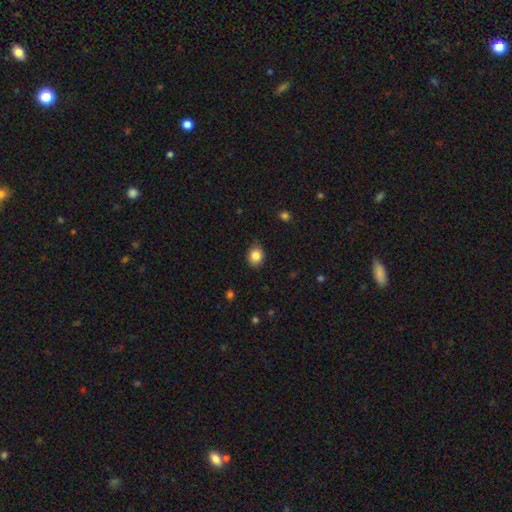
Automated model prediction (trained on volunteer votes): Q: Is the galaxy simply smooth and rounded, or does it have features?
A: smooth — 85%.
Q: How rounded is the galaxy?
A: round — 52%.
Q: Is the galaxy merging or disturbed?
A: none — 81%.